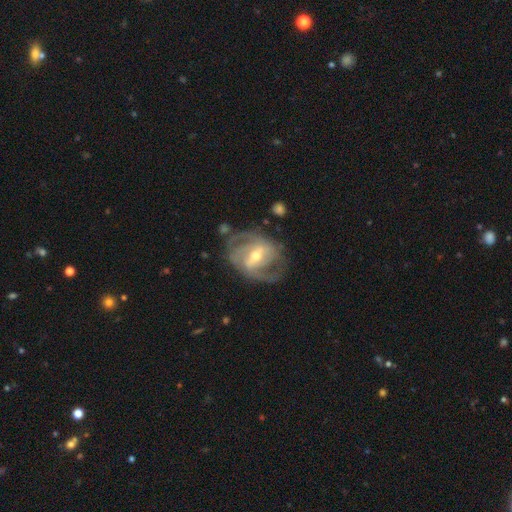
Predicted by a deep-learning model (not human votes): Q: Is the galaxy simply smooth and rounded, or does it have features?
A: featured or disk — 86%.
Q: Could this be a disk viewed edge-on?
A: no — 96%.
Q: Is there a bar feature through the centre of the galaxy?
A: strong — 49%.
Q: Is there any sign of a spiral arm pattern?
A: yes — 91%.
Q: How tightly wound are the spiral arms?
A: medium — 46%.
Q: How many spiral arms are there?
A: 2 — 54%.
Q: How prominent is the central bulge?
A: moderate — 58%.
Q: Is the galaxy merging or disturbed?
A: none — 65%.